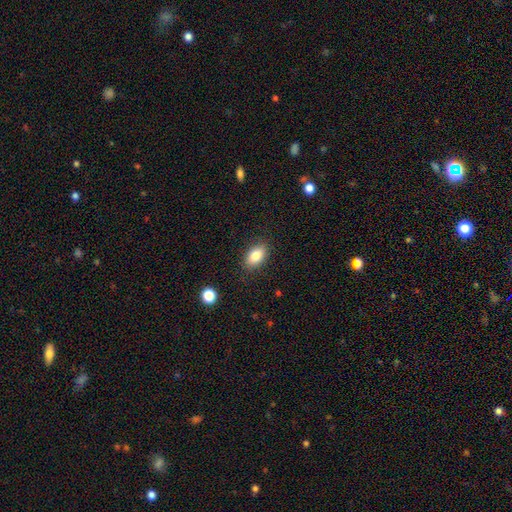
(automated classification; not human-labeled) smooth 85%, star or artifact 8%, featured or disk 7%. Down the decision tree: how rounded — in between (89%); merging — none (87%).